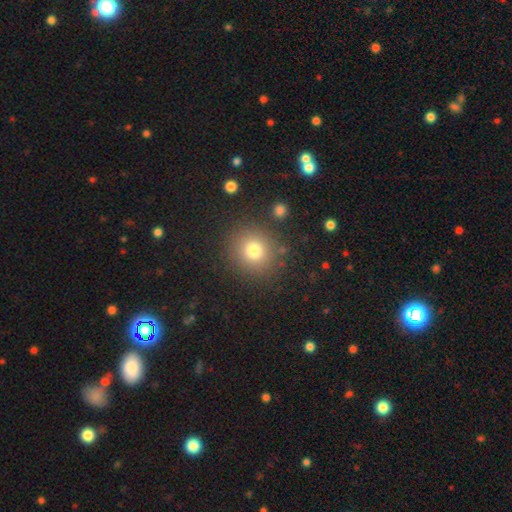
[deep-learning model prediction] smooth_or_featured: smooth (p=0.75) [alt: star or artifact p=0.16]
how_rounded: round (p=0.90) [alt: in between p=0.09]
merging: none (p=0.88) [alt: minor disturbance p=0.07]